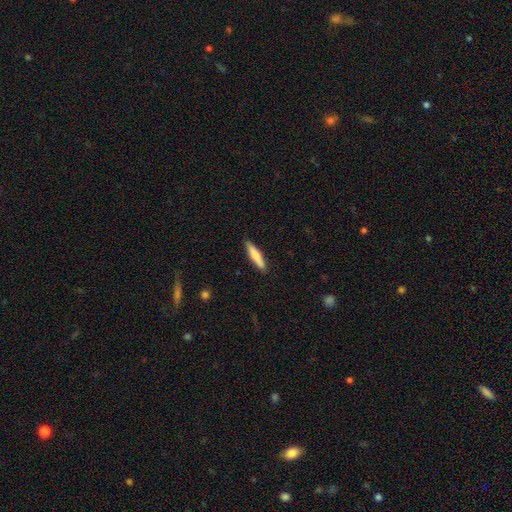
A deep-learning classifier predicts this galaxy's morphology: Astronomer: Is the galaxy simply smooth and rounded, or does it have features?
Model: smooth — 74%.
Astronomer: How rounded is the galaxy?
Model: cigar-shaped — 87%.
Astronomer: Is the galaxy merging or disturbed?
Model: none — 87%.